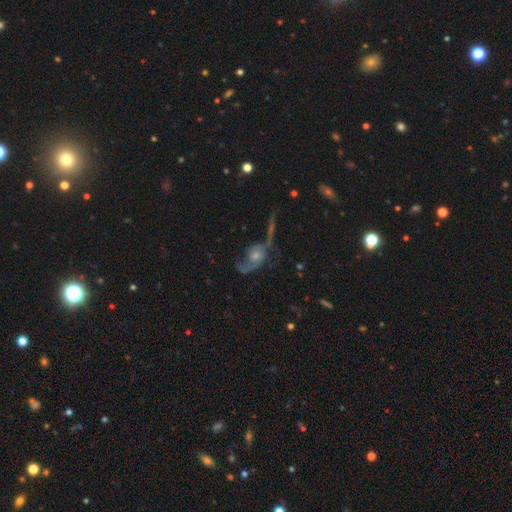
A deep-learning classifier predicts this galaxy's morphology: Smooth or featured: featured or disk — 66% (smooth — 20%)
Edge-on disk: no — 92% (yes — 8%)
Bar: no — 77% (weak — 19%)
Spiral arms: yes — 78% (no — 22%)
Bulge size: moderate — 46% (small — 36%)
Merging: none — 33% (major disturbance — 32%)